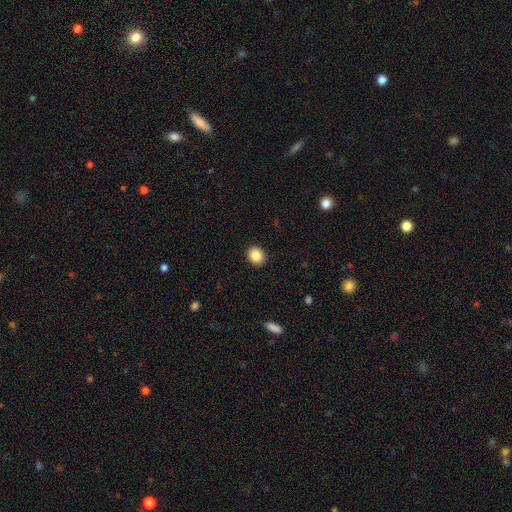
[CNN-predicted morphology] A smooth galaxy with no disk features (85%) that is round (68%). Merging: none (92%).